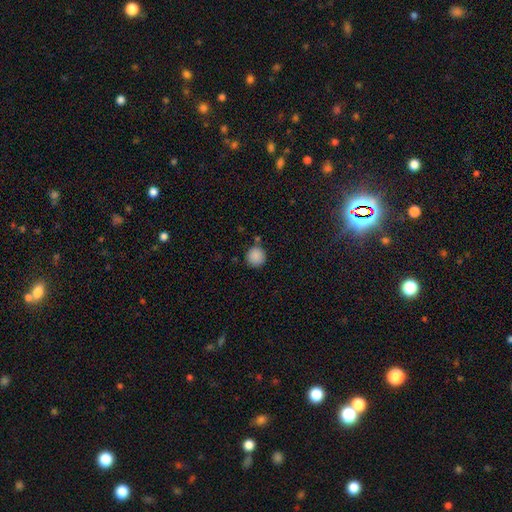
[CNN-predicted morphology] smooth_or_featured: smooth (p=0.88) [alt: star or artifact p=0.09]
how_rounded: round (p=0.94) [alt: in between p=0.05]
merging: none (p=0.81) [alt: minor disturbance p=0.10]